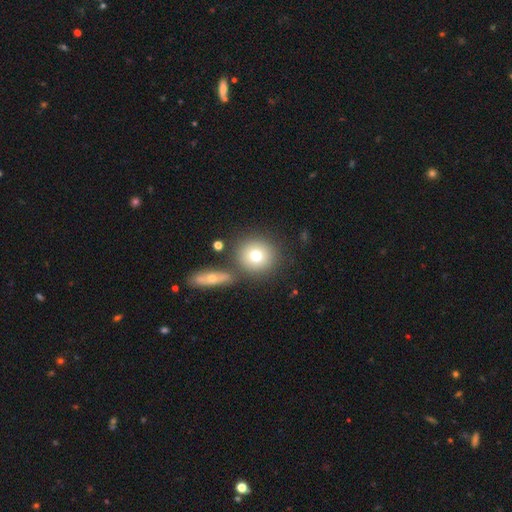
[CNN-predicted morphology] smooth 73%, featured or disk 16%, star or artifact 11%. Down the decision tree: how rounded — round (90%); merging — none (74%).